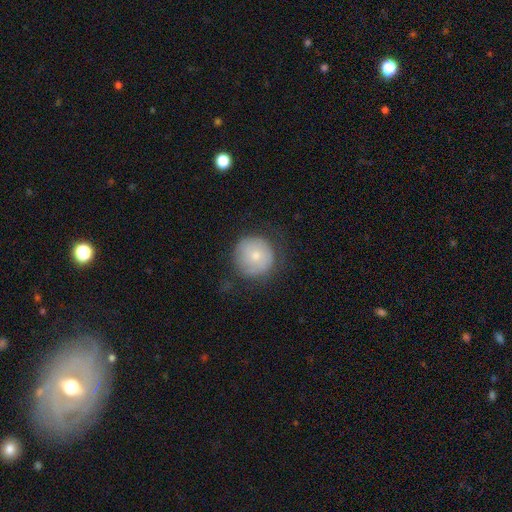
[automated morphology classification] smooth-or-featured: smooth: 68% | featured or disk: 25% | star or artifact: 8%
  how-rounded: round: 93% | in between: 6% | cigar-shaped: 1%
  merging: none: 68% | minor disturbance: 22% | major disturbance: 9% | merger: 1%